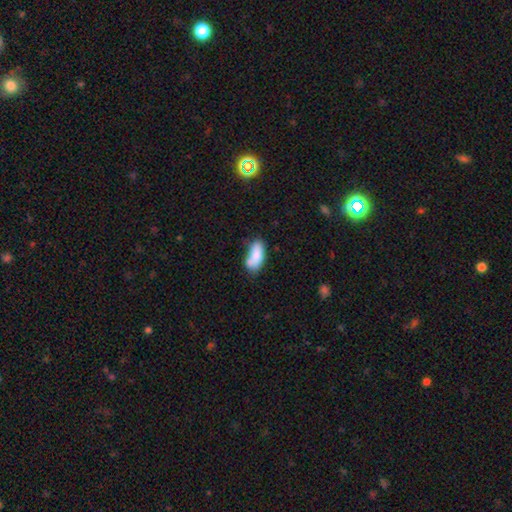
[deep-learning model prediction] This appears to be a smooth galaxy with no disk features (81%) that is in between round and cigar-shaped (86%). Merging: none (50%).